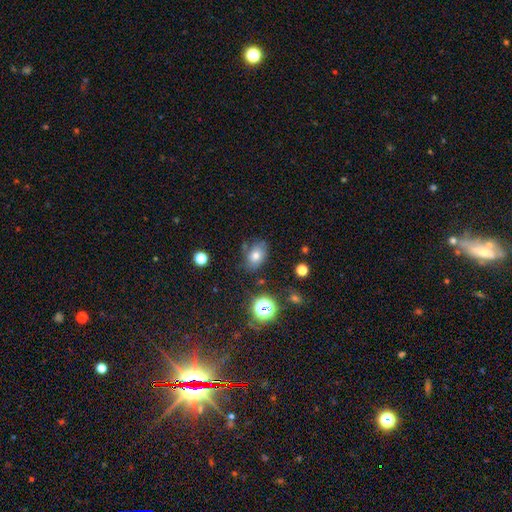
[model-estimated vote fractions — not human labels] smooth_or_featured: smooth (p=0.69) [alt: star or artifact p=0.16]
how_rounded: in between (p=0.78) [alt: round p=0.21]
merging: none (p=0.70) [alt: minor disturbance p=0.20]